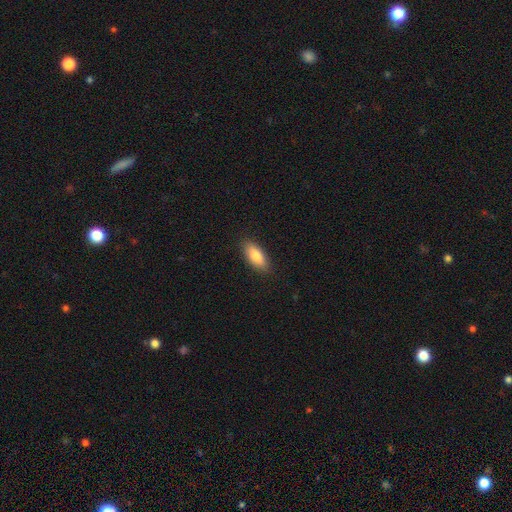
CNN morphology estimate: Smooth or featured?
  - smooth: 84% *
  - featured or disk: 10%
  - star or artifact: 6%
How rounded?
  - in between: 81% *
  - cigar-shaped: 17%
  - round: 2%
Merging?
  - none: 88% *
  - minor disturbance: 9%
  - major disturbance: 2%
  - merger: 1%